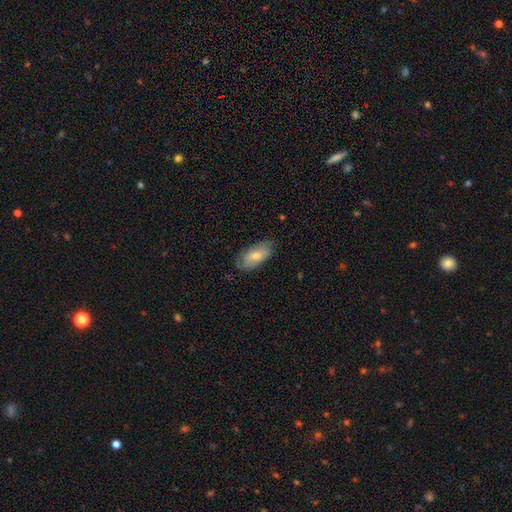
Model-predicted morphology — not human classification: Smooth or featured?
  - smooth: 59% *
  - featured or disk: 33%
  - star or artifact: 7%
How rounded?
  - in between: 86% *
  - cigar-shaped: 11%
  - round: 3%
Merging?
  - none: 75% *
  - minor disturbance: 20%
  - major disturbance: 4%
  - merger: 1%